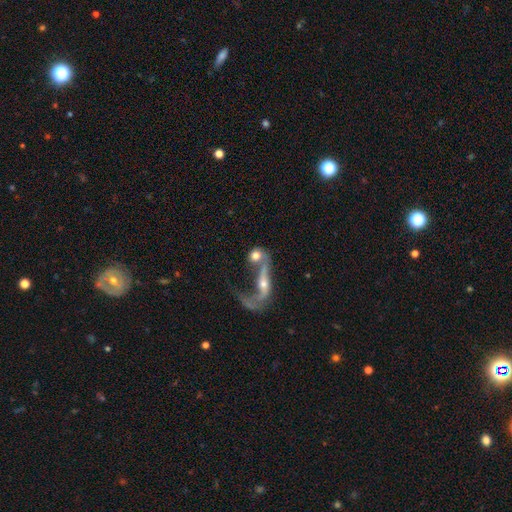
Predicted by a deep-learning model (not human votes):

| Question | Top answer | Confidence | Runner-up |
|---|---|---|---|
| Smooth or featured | smooth | 51% | featured or disk (39%) |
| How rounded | round | 53% | in between (36%) |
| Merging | merger | 57% | none (21%) |